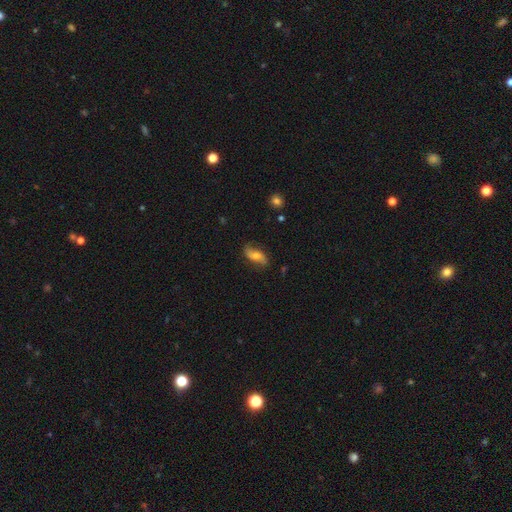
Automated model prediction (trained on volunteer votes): Overall: featured or disk (51%; smooth 41%). Edge-on disk: no (87%). Merging: none (75%).